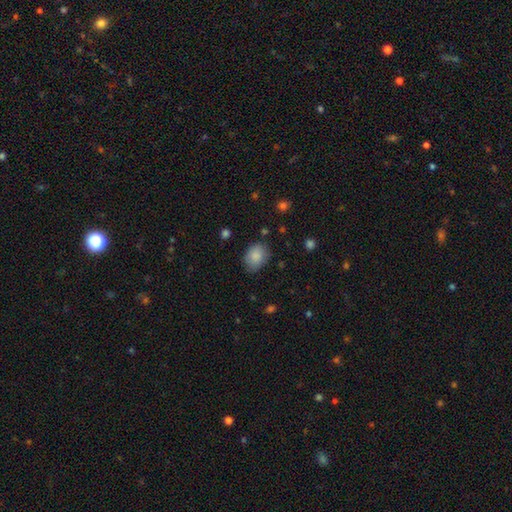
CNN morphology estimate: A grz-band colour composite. It shows a smooth galaxy with no disk features (86%) that is in between round and cigar-shaped (66%). Merging: none (73%).